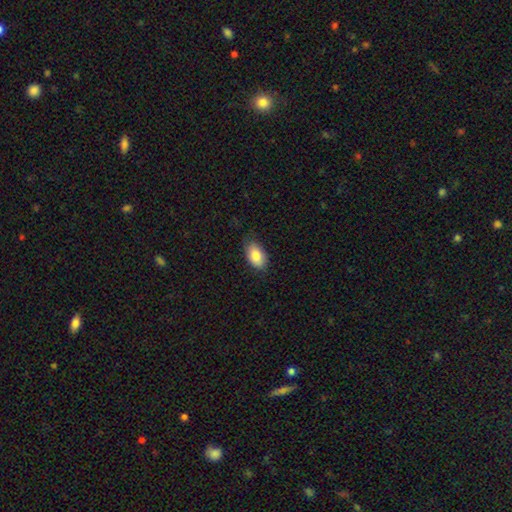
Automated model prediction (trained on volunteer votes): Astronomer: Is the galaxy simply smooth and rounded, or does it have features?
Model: smooth — 84%.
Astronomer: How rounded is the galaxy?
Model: in between — 93%.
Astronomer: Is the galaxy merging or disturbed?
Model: none — 76%.